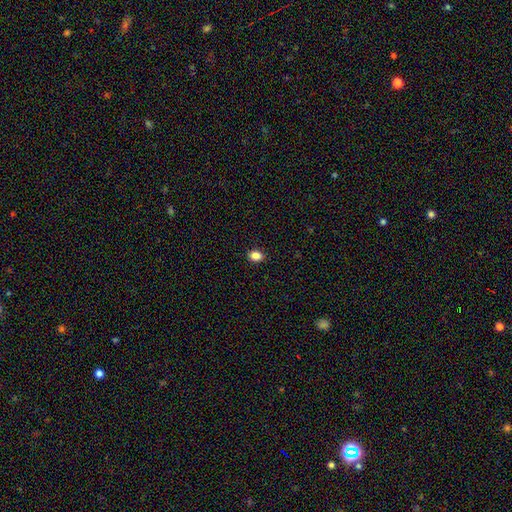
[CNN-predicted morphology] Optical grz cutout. It shows a smooth galaxy with no disk features (86%) that is in between round and cigar-shaped (70%). Merging: none (90%).